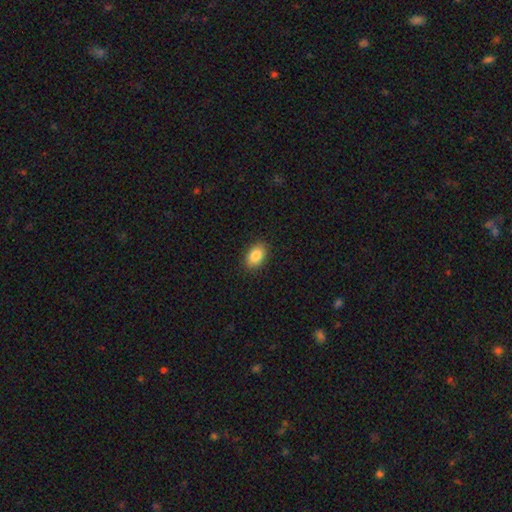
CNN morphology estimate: This appears to be a smooth galaxy with no disk features (86%) that is in between round and cigar-shaped (86%). Merging: none (89%).